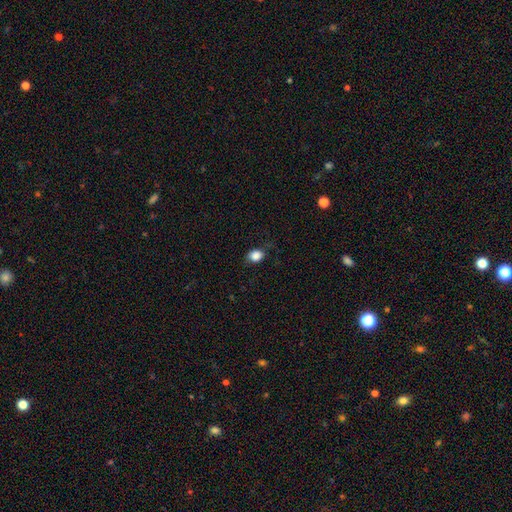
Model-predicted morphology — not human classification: smooth-or-featured: smooth: 86% | star or artifact: 10% | featured or disk: 5%
  how-rounded: in between: 57% | round: 42% | cigar-shaped: 1%
  merging: none: 75% | minor disturbance: 19% | major disturbance: 5% | merger: 1%